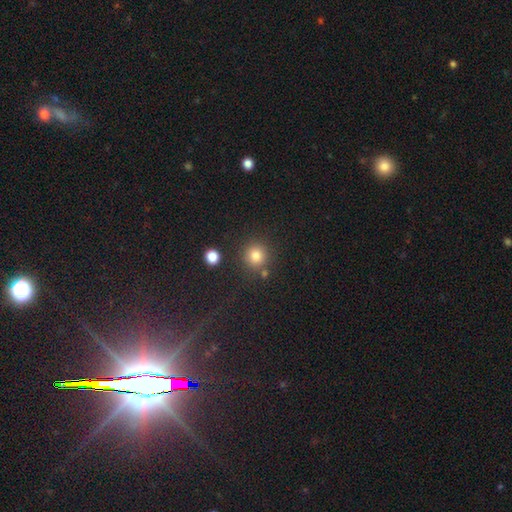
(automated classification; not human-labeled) smooth_or_featured: smooth (p=0.81) [alt: star or artifact p=0.13]
how_rounded: round (p=0.92) [alt: in between p=0.07]
merging: none (p=0.81) [alt: minor disturbance p=0.08]